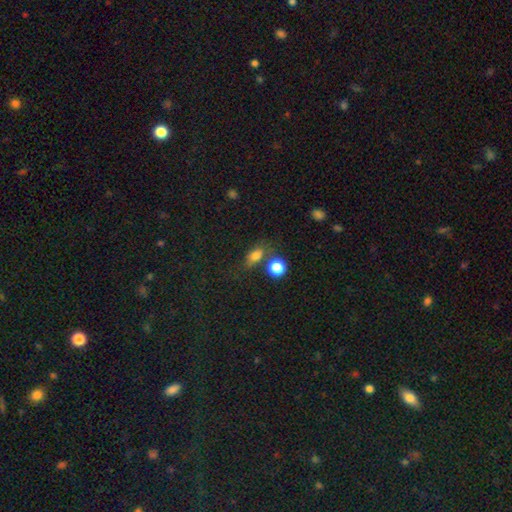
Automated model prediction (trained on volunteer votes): smooth 76%, star or artifact 14%, featured or disk 10%. Down the decision tree: how rounded — in between (67%); merging — none (56%).